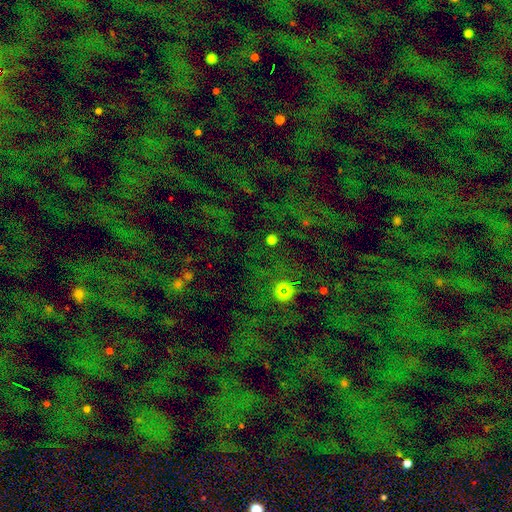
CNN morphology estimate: Q: Smooth or featured?
A: star or artifact (68%); runner-up: smooth (22%)